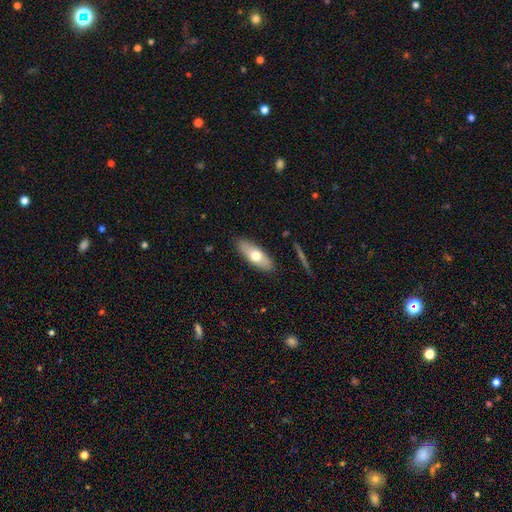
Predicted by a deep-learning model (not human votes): This appears to be a smooth galaxy with no disk features (66%) that is in between round and cigar-shaped (69%). Merging: none (87%).